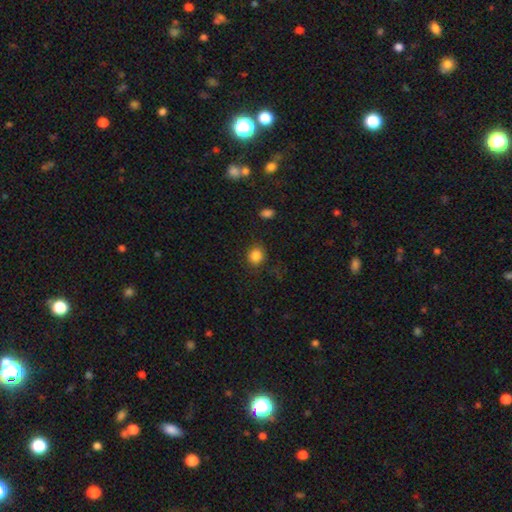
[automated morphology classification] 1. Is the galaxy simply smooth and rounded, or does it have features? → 85% smooth, 10% star or artifact, 5% featured or disk.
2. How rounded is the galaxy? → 78% round, 21% in between, 1% cigar-shaped.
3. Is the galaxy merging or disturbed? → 82% none, 12% minor disturbance, 4% major disturbance, 2% merger.